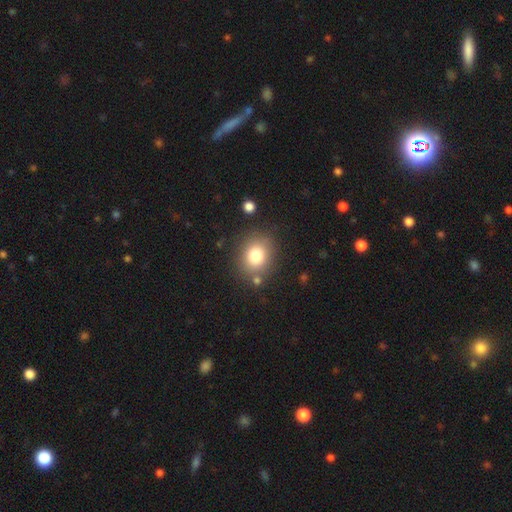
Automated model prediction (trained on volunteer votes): A smooth galaxy with no disk features (79%) that is round (65%).

Vote fractions:
- Smooth or featured? smooth: 79% / star or artifact: 11% / featured or disk: 9%
- How rounded? round: 65% / in between: 34% / cigar-shaped: 1%
- Merging? none: 79% / minor disturbance: 11% / merger: 6% / major disturbance: 4%